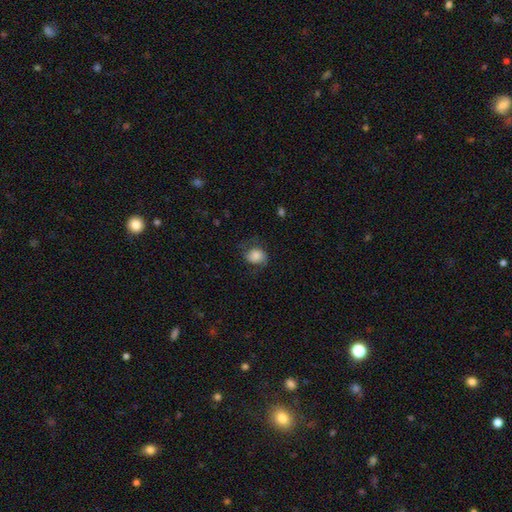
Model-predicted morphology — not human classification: Overall: smooth (64%; featured or disk 27%). How rounded: round (54%; in between 45%). Merging: none (60%; minor disturbance 24%).